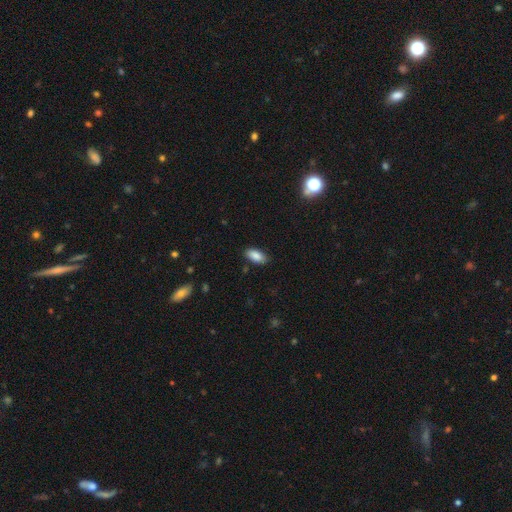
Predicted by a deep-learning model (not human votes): Smooth or featured? Predicted: smooth (p=0.88). How rounded? Predicted: in between (p=0.91). Merging? Predicted: none (p=0.86).